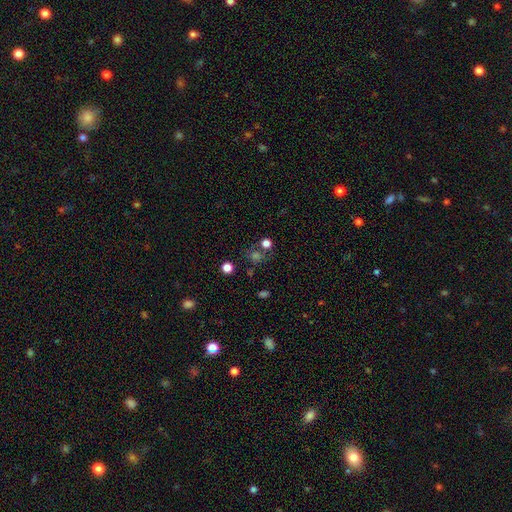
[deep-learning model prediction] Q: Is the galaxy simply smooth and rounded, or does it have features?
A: smooth — 44%.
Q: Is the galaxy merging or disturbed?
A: none — 68%.